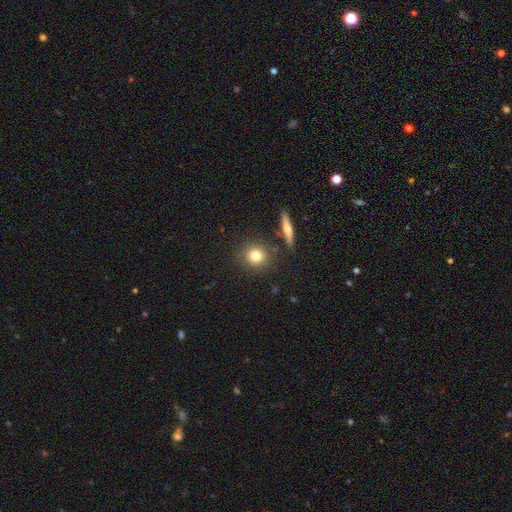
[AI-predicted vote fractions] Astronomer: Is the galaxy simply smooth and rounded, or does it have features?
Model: smooth — 78%.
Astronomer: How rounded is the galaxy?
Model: round — 86%.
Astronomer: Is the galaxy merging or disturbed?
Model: none — 84%.